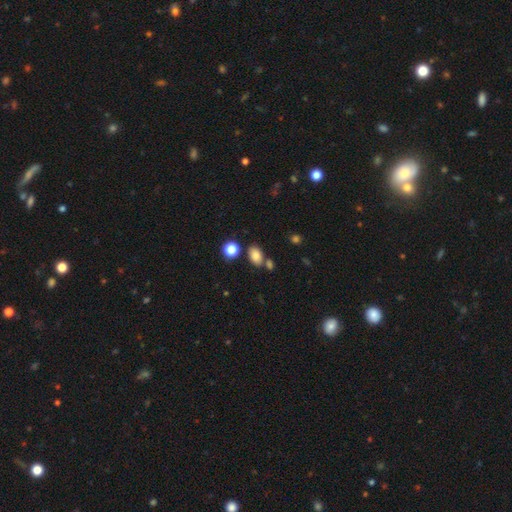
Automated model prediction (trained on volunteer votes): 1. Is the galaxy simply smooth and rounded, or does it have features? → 82% smooth, 11% star or artifact, 6% featured or disk.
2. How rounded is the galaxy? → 82% in between, 16% round, 2% cigar-shaped.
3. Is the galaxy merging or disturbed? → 68% none, 16% merger, 12% minor disturbance, 4% major disturbance.